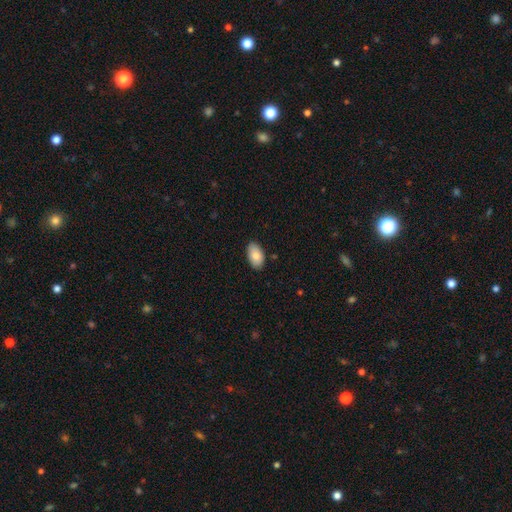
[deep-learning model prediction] Morphology: type=smooth (84%); roundness=in between (94%); merging=none (85%).